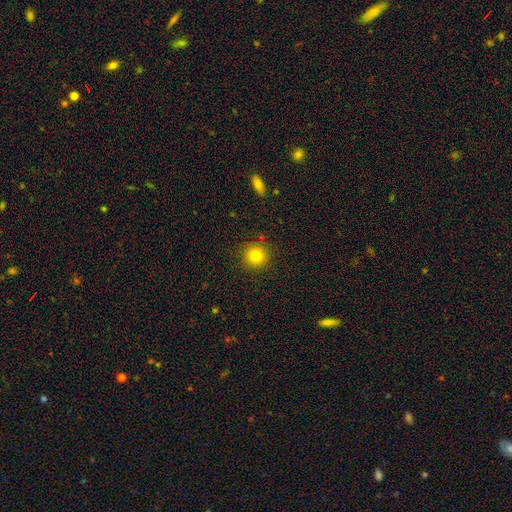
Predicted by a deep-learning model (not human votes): smooth_or_featured: smooth (p=0.79) [alt: star or artifact p=0.13]
how_rounded: round (p=0.94) [alt: in between p=0.05]
merging: none (p=0.90) [alt: minor disturbance p=0.06]